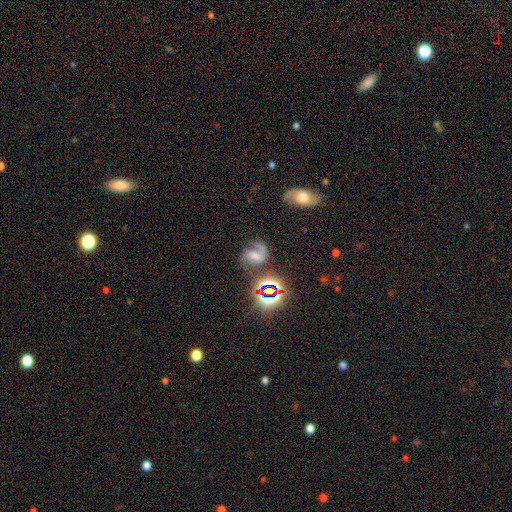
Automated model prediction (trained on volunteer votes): smooth_or_featured: featured or disk (p=0.68) [alt: star or artifact p=0.18]
disk_edge_on: no (p=0.98) [alt: yes p=0.02]
bar: weak (p=0.45) [alt: strong p=0.29]
has_spiral_arms: yes (p=0.94) [alt: no p=0.06]
spiral_winding: medium (p=0.53) [alt: loose p=0.32]
spiral_arm_count: 2 (p=0.70) [alt: 1 p=0.23]
bulge_size: moderate (p=0.34) [alt: small p=0.31]
merging: none (p=0.55) [alt: minor disturbance p=0.19]